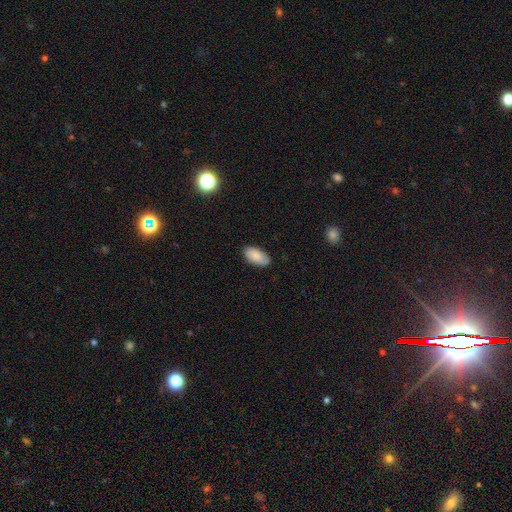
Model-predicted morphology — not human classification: type=smooth (86%); roundness=in between (95%); merging=none (83%).